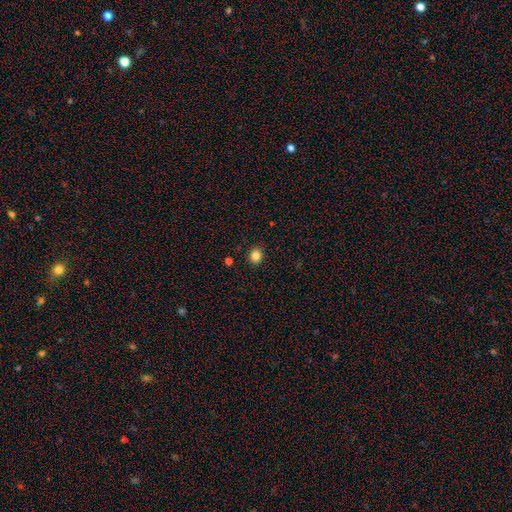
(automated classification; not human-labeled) This is clearly a smooth galaxy (84%). How rounded: likely round (80%). Merging: clearly none (90%).